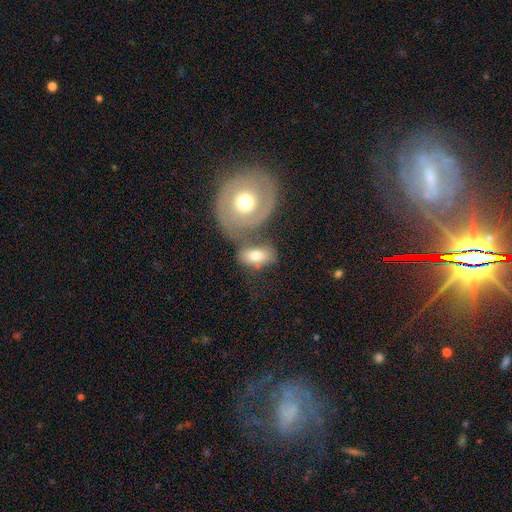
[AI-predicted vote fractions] smooth 64%, featured or disk 29%, star or artifact 7%. Down the decision tree: how rounded — in between (84%); merging — none (40%).